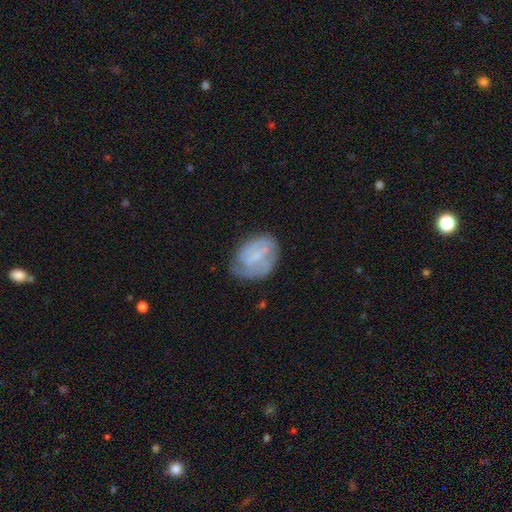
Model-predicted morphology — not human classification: featured or disk 51%, smooth 41%, star or artifact 8%. Down the decision tree: edge-on disk — no (97%); merging — none (52%).